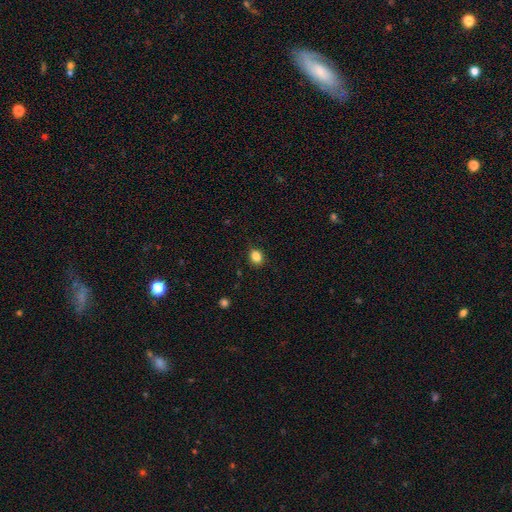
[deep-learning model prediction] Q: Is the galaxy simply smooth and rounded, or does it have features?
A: smooth — 85%.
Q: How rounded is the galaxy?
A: round — 56%.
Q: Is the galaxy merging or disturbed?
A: none — 84%.